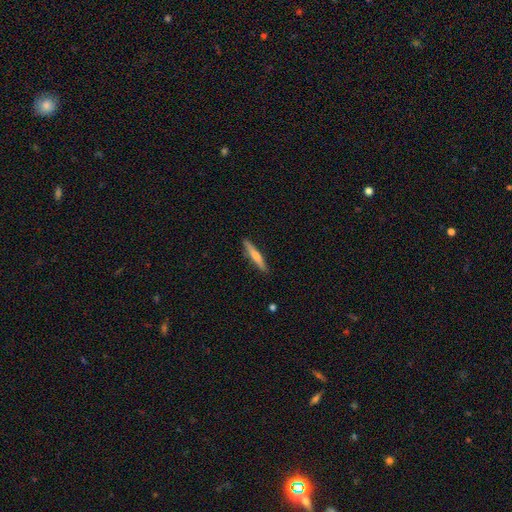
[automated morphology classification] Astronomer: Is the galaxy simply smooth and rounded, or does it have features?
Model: featured or disk — 48% (runner-up: smooth, 46%).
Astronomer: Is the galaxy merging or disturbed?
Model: none — 90%.